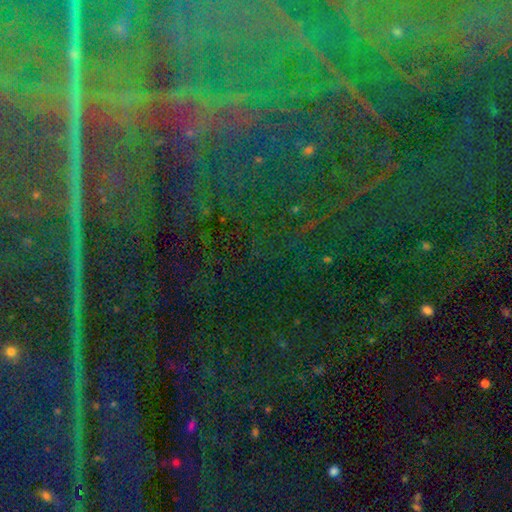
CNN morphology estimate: This is clearly a star or artifact rather than a galaxy (82%).